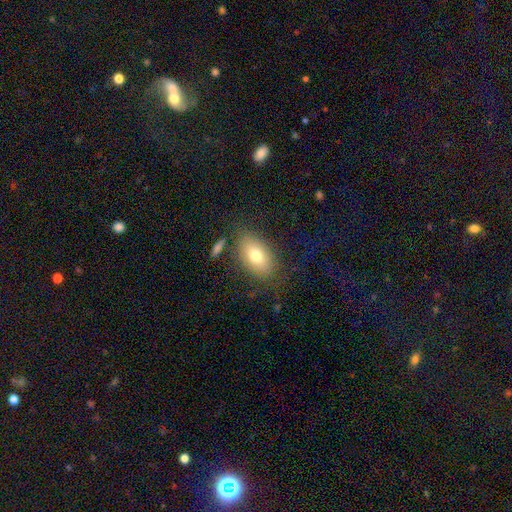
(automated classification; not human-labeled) smooth_or_featured: smooth (p=0.75) [alt: featured or disk p=0.16]
how_rounded: in between (p=0.88) [alt: round p=0.09]
merging: none (p=0.77) [alt: minor disturbance p=0.13]